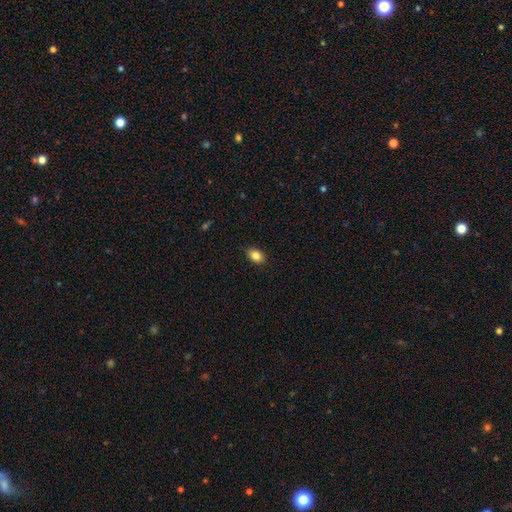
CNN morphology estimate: type=smooth (85%); roundness=in between (82%); merging=none (88%).